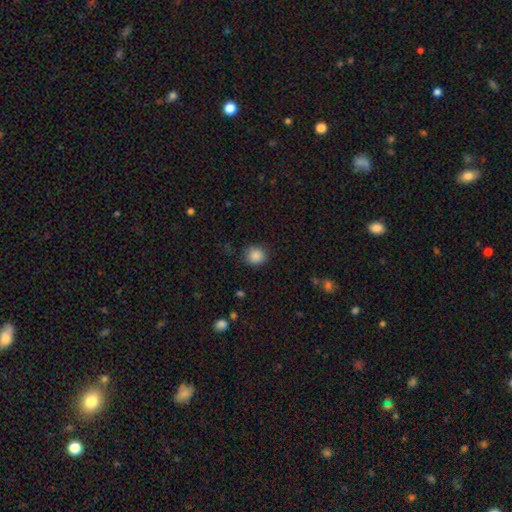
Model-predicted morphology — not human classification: Q: Smooth or featured?
A: smooth (87%); runner-up: star or artifact (10%)
Q: How rounded?
A: round (88%); runner-up: in between (11%)
Q: Merging?
A: none (87%); runner-up: minor disturbance (9%)